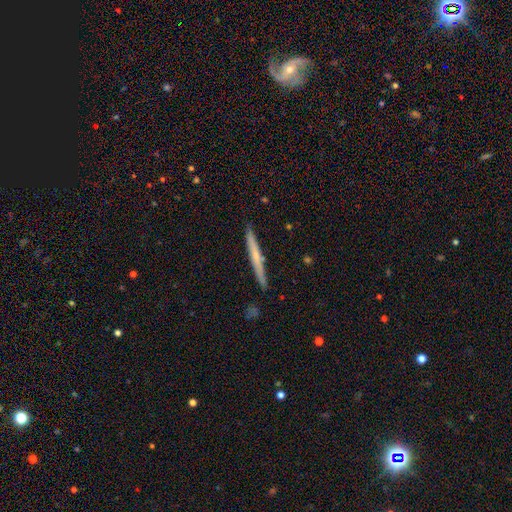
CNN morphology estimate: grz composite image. It shows a featured or disk galaxy (48%). Merging: none (90%).